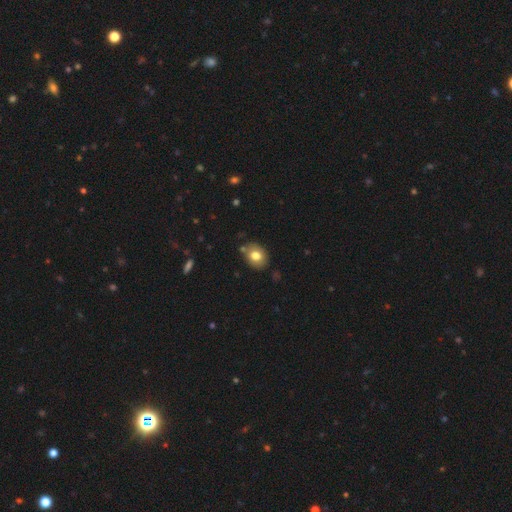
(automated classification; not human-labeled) Morphology: type=smooth (76%); roundness=in between (53%); merging=none (78%).